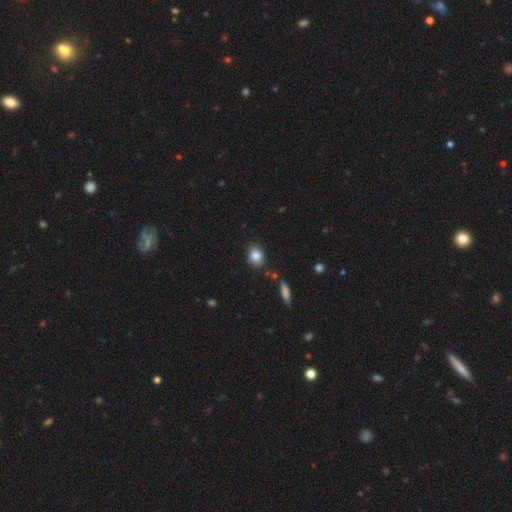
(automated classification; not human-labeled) The model was most divided on "how rounded": in between: 51%, round: 47%, cigar-shaped: 2%. More confident: smooth or featured — smooth (85%); merging — none (78%).